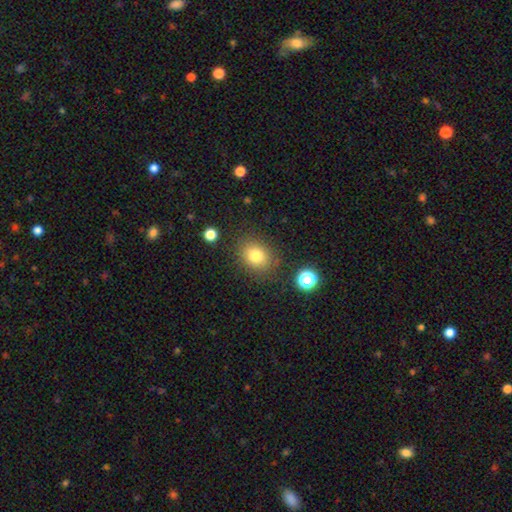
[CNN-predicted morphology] This appears to be a smooth galaxy with no disk features (80%) that is round (56%). Merging: none (82%).